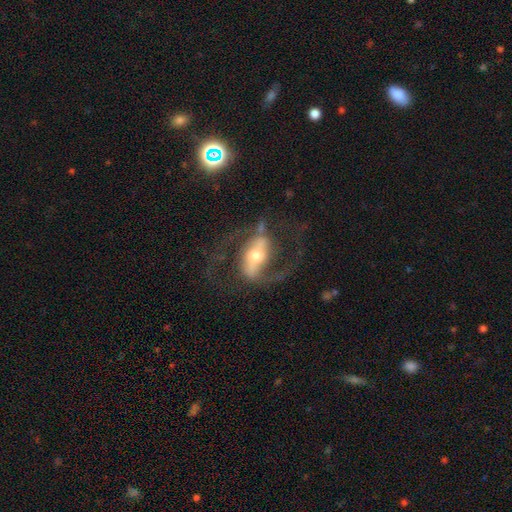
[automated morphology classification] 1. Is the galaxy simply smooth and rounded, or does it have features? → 86% featured or disk, 9% smooth, 5% star or artifact.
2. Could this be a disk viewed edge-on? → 94% no, 6% yes.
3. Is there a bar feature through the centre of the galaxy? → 58% strong, 28% weak, 14% no.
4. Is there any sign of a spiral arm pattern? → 91% yes, 9% no.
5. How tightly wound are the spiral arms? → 52% medium, 34% loose, 13% tight.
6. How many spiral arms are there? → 90% 2, 3% can't tell, 3% 1, 1% 3, 1% 4, 1% more than 4.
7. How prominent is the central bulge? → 61% moderate, 27% small, 9% large, 2% dominant, 1% none.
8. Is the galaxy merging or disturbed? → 65% none, 18% major disturbance, 14% minor disturbance, 3% merger.